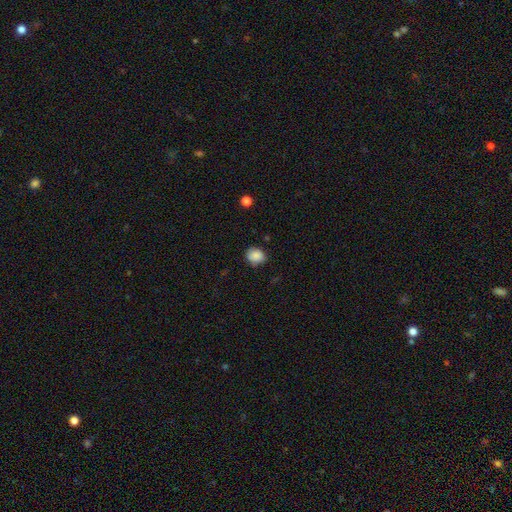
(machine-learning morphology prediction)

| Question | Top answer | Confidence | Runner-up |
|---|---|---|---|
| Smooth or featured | smooth | 86% | star or artifact (9%) |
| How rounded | round | 64% | in between (35%) |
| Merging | none | 76% | minor disturbance (19%) |